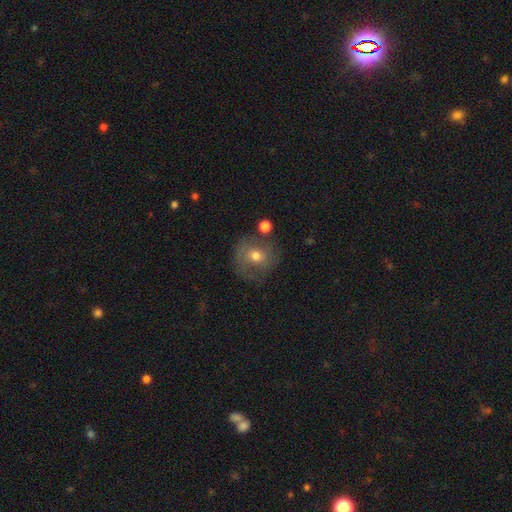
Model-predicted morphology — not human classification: Smooth or featured? Predicted: smooth (p=0.52). How rounded? Predicted: round (p=0.84). Merging? Predicted: none (p=0.63).